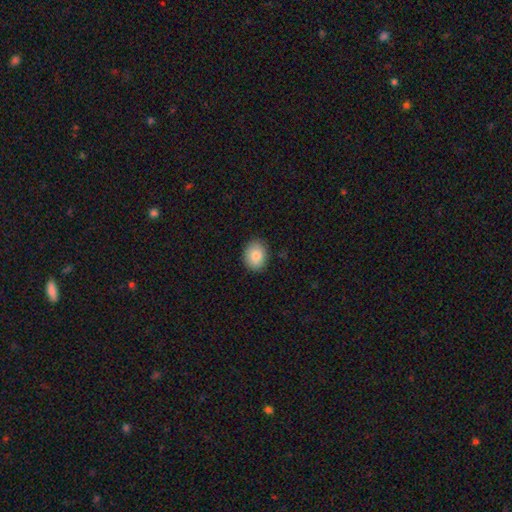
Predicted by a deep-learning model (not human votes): Smooth or featured: smooth — 86% (star or artifact — 7%)
How rounded: in between — 56% (round — 43%)
Merging: none — 87% (minor disturbance — 10%)